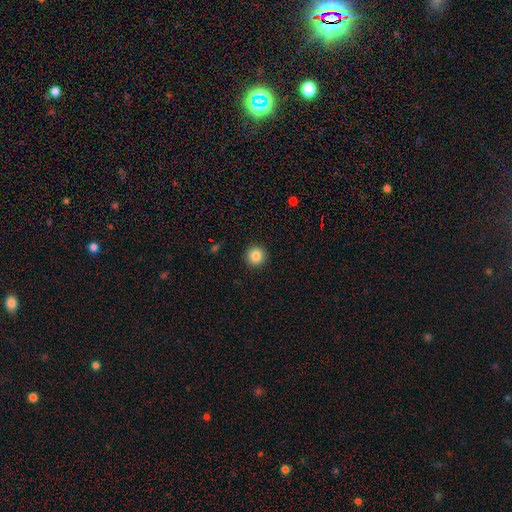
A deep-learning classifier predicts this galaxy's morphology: Overall: smooth (86%). How rounded: round (95%). Merging: none (93%).